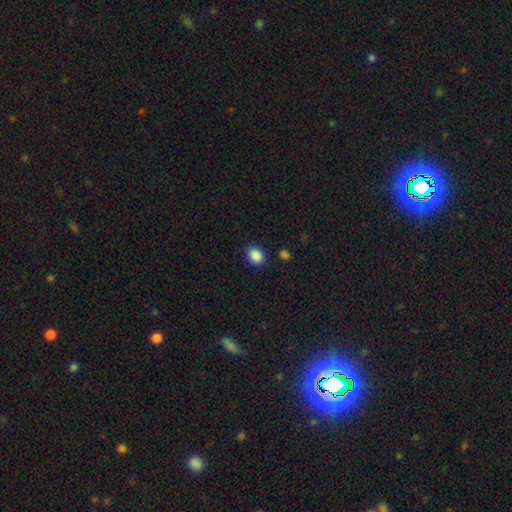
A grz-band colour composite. It shows a smooth galaxy with no disk features (97%) that is round (53%). Merging: none (89%).